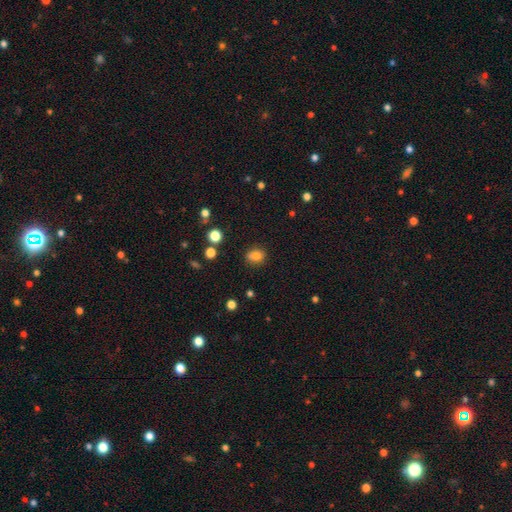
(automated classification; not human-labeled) A smooth galaxy with no disk features (80%) that is in between round and cigar-shaped (51%). Merging: none (81%).